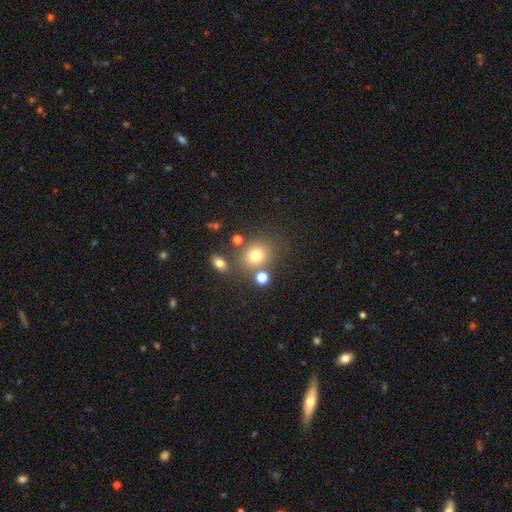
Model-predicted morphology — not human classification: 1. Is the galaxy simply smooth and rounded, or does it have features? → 74% smooth, 16% star or artifact, 11% featured or disk.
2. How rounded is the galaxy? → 68% round, 31% in between, 1% cigar-shaped.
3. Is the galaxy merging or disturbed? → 70% none, 13% merger, 12% minor disturbance, 5% major disturbance.